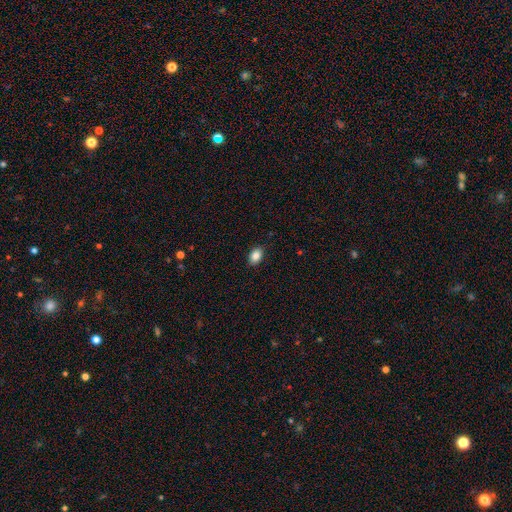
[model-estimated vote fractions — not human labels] smooth 87%, star or artifact 8%, featured or disk 5%. Down the decision tree: how rounded — in between (86%); merging — none (89%).